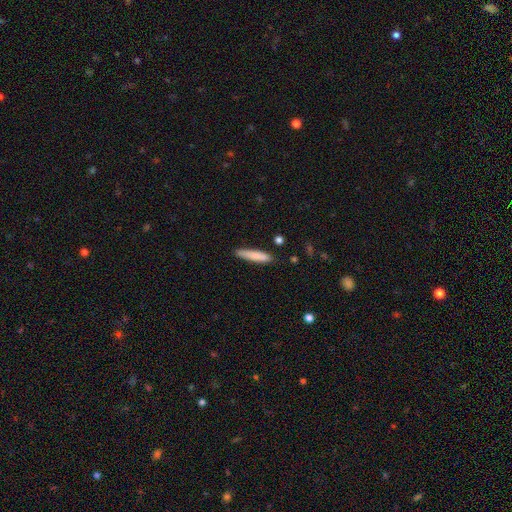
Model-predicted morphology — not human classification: Smooth or featured?
  - smooth: 82% *
  - featured or disk: 12%
  - star or artifact: 6%
How rounded?
  - cigar-shaped: 88% *
  - in between: 11%
  - round: 1%
Merging?
  - none: 84% *
  - minor disturbance: 12%
  - major disturbance: 2%
  - merger: 2%